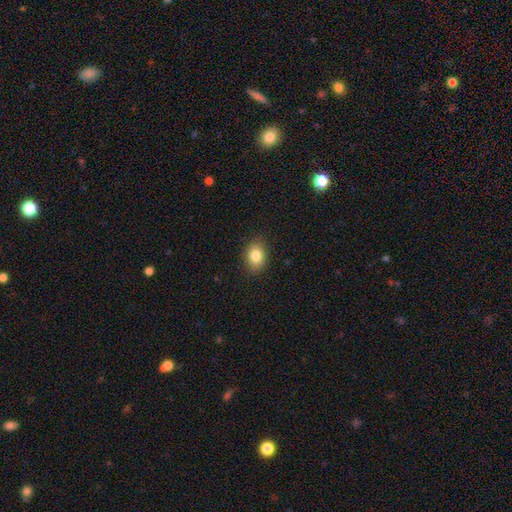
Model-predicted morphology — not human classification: This appears to be a smooth galaxy with no disk features (84%) that is in between round and cigar-shaped (67%). Merging: none (87%).